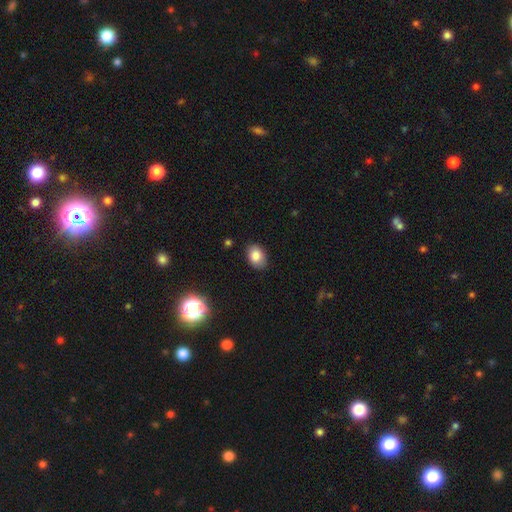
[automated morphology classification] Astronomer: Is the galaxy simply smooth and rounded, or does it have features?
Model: smooth — 83%.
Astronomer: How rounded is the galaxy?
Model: in between — 78%.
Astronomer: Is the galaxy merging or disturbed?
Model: none — 85%.